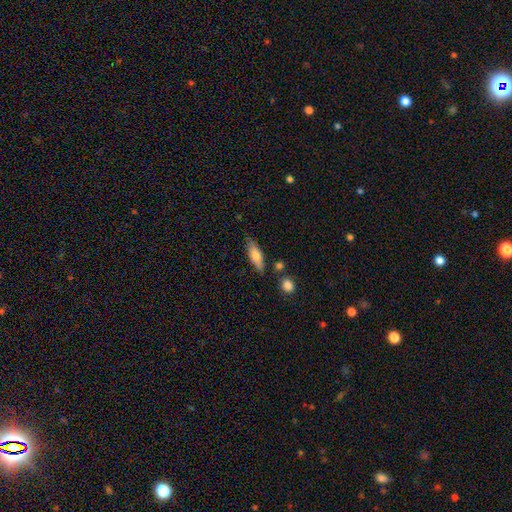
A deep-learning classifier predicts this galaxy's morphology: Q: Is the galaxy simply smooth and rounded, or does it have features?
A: smooth — 74%.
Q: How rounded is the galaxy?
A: in between — 54%.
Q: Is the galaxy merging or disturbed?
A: none — 76%.